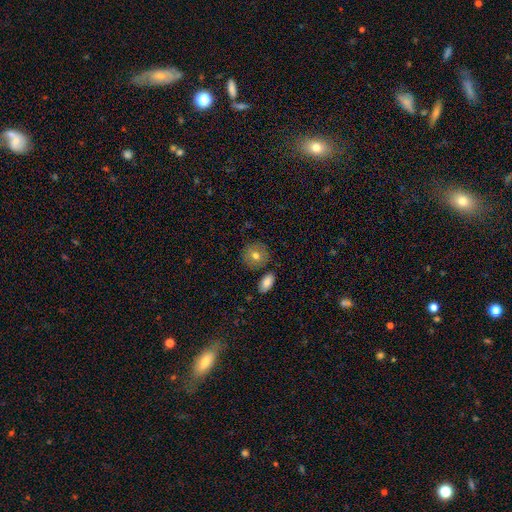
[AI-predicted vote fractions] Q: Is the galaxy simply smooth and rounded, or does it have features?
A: smooth — 73%.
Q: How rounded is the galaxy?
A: round — 84%.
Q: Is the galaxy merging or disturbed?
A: none — 79%.